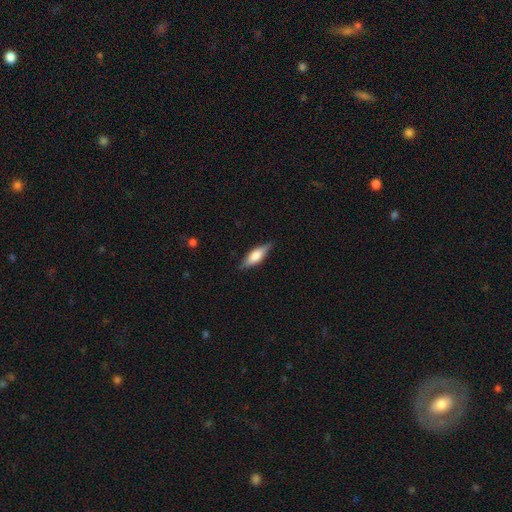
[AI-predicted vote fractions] smooth 54%, featured or disk 40%, star or artifact 6%. Down the decision tree: how rounded — in between (53%); merging — none (84%).